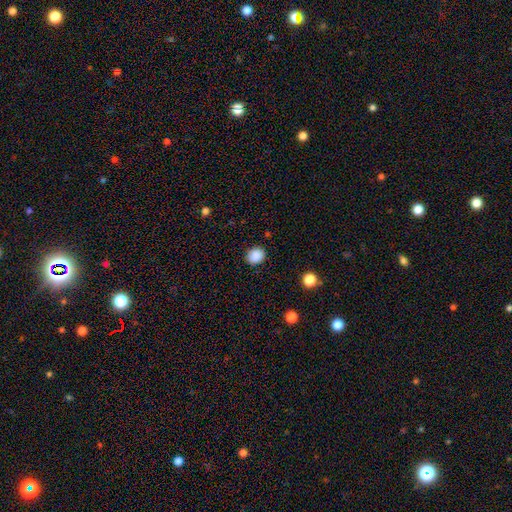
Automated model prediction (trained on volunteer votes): Smooth or featured? Predicted: smooth (p=0.88). How rounded? Predicted: round (p=0.72). Merging? Predicted: none (p=0.89).